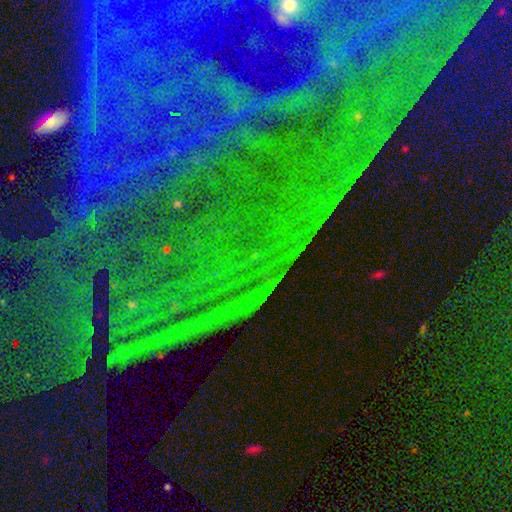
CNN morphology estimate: Smooth or featured: star or artifact — 82% (featured or disk — 10%)